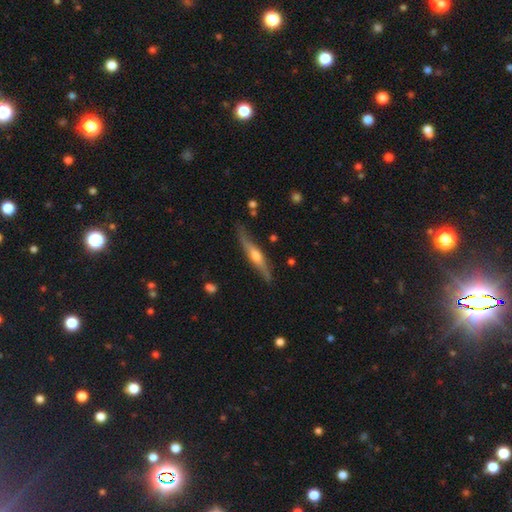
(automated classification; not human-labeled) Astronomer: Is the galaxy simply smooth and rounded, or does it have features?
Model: featured or disk — 68%.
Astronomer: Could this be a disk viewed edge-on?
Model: yes — 91%.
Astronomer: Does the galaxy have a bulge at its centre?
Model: rounded — 86%.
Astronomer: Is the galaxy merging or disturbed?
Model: none — 76%.